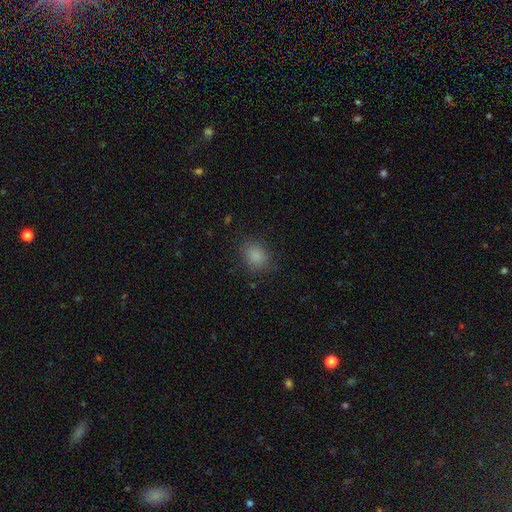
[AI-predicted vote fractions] Smooth or featured: smooth — 85% (star or artifact — 10%)
How rounded: in between — 56% (round — 43%)
Merging: none — 79% (minor disturbance — 15%)